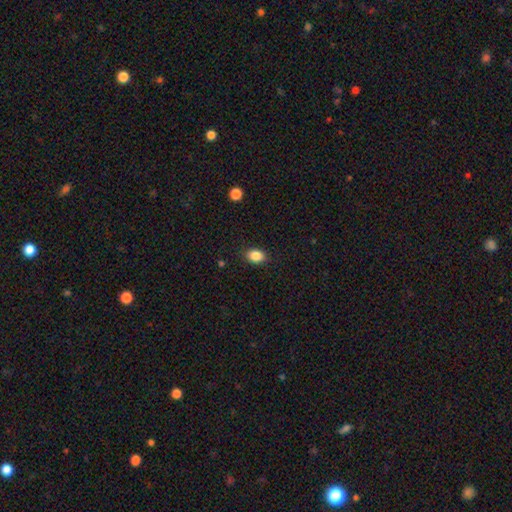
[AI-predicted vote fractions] A smooth galaxy with no disk features (86%) that is in between round and cigar-shaped (71%).

Vote fractions:
- Smooth or featured? smooth: 86% / star or artifact: 9% / featured or disk: 4%
- How rounded? in between: 71% / round: 28% / cigar-shaped: 1%
- Merging? none: 87% / minor disturbance: 9% / major disturbance: 2% / merger: 1%